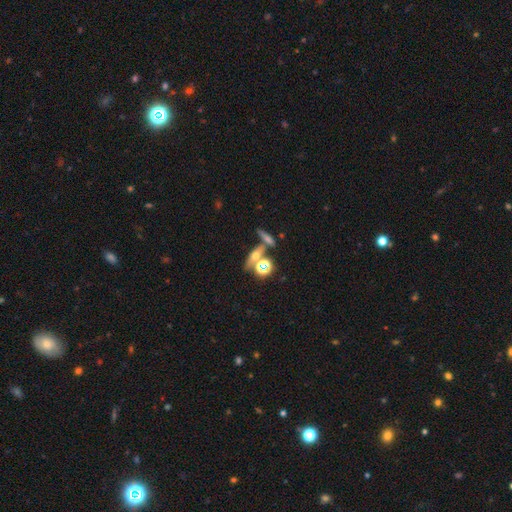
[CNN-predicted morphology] smooth_or_featured: smooth (p=0.40) [alt: featured or disk p=0.38]
merging: none (p=0.54) [alt: merger p=0.30]